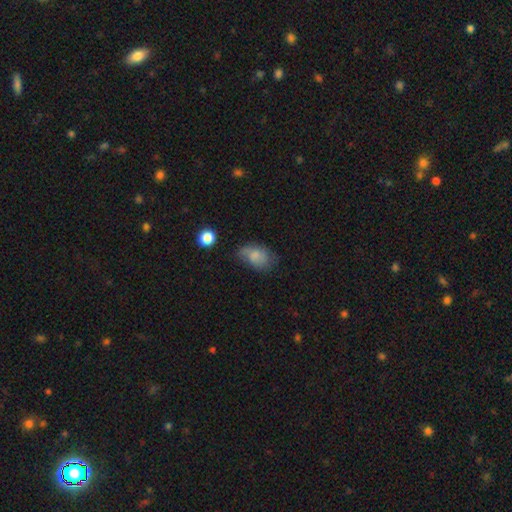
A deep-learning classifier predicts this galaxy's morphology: This is likely a smooth galaxy (71%). How rounded: clearly in between (84%). Merging: possibly none (47%).